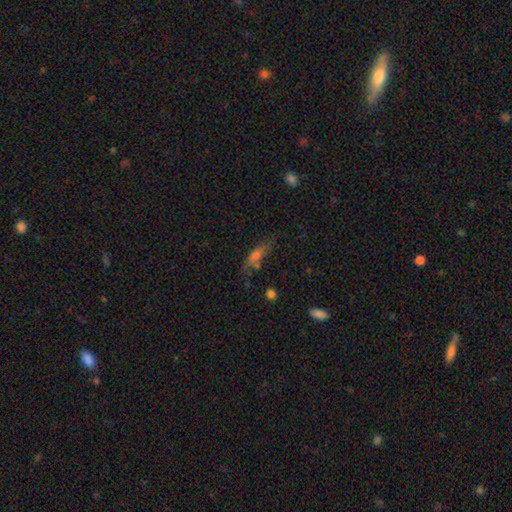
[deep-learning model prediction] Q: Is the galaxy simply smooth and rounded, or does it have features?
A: smooth — 52%.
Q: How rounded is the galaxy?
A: cigar-shaped — 63%.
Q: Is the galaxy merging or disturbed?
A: none — 62%.